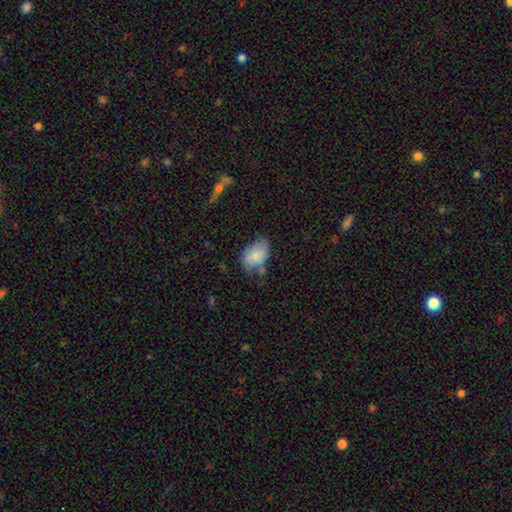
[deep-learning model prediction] A smooth galaxy with no disk features (76%) that is in between round and cigar-shaped (88%).

Vote fractions:
- Smooth or featured? smooth: 76% / featured or disk: 17% / star or artifact: 7%
- How rounded? in between: 88% / round: 11% / cigar-shaped: 1%
- Merging? none: 46% / minor disturbance: 34% / major disturbance: 12% / merger: 8%